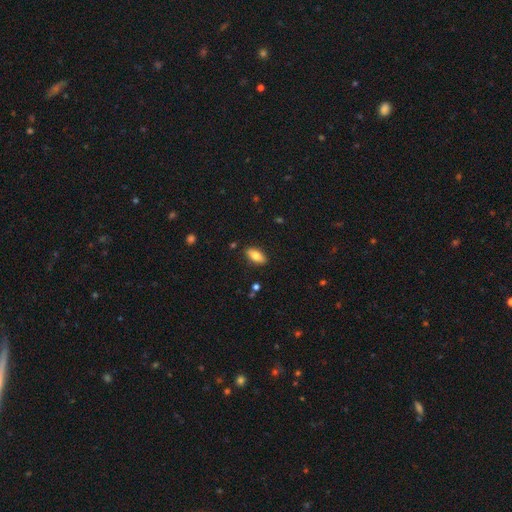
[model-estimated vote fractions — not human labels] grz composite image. It shows a smooth galaxy with no disk features (78%) that is in between round and cigar-shaped (89%). Merging: none (87%).